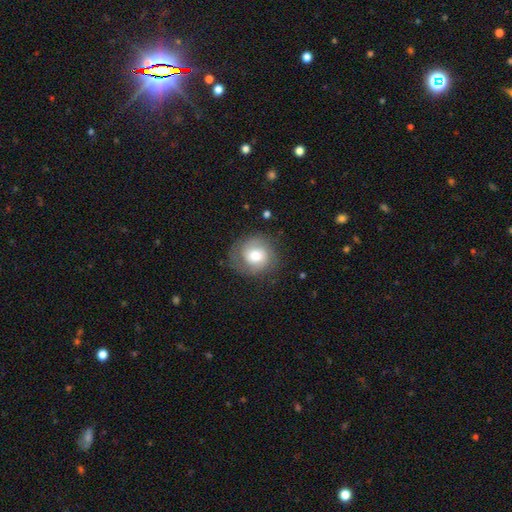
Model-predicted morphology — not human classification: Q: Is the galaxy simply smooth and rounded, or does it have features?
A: featured or disk — 47%.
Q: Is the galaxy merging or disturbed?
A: none — 72%.